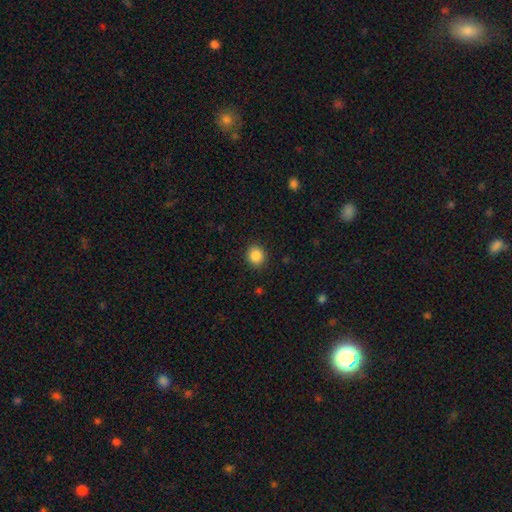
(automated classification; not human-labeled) smooth_or_featured: smooth (p=0.87) [alt: star or artifact p=0.09]
how_rounded: round (p=0.81) [alt: in between p=0.19]
merging: none (p=0.90) [alt: minor disturbance p=0.07]